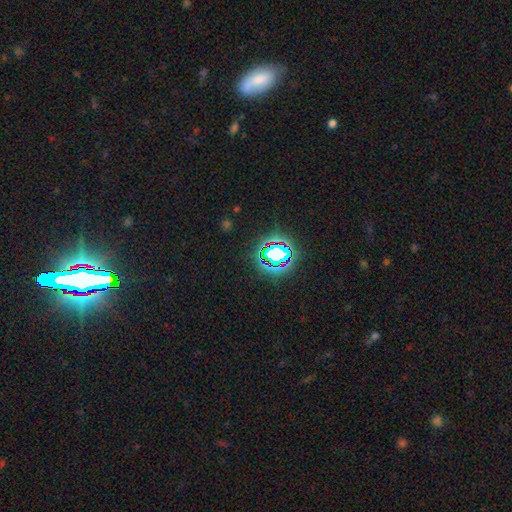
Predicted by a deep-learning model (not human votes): A star or artifact, not a galaxy (79%).

Vote fractions:
- Smooth or featured? star or artifact: 79% / smooth: 13% / featured or disk: 8%